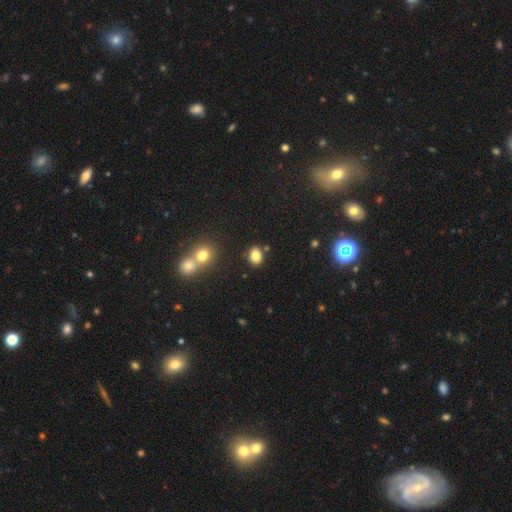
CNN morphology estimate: A smooth galaxy with no disk features (82%) that is in between round and cigar-shaped (55%). Merging: none (82%).